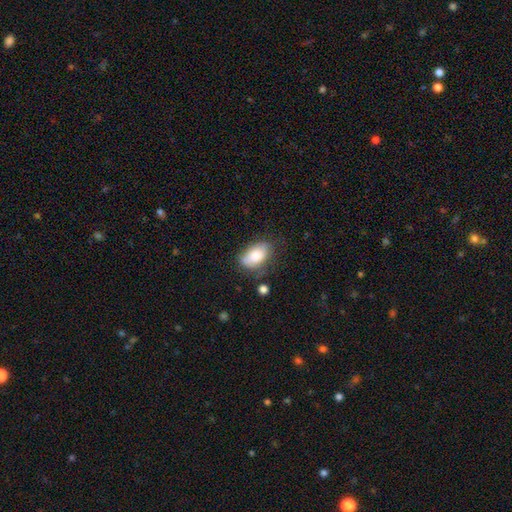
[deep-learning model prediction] The model was most divided on "merging": none: 59%, minor disturbance: 28%, major disturbance: 8%, merger: 5%. More confident: how rounded — in between (90%); smooth or featured — smooth (79%).